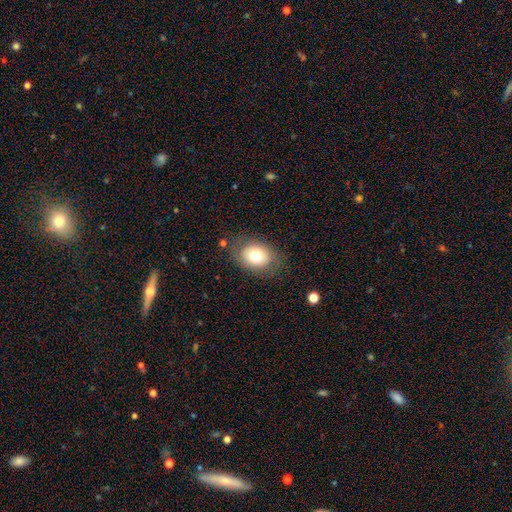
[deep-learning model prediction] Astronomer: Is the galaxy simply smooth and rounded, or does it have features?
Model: smooth — 73%.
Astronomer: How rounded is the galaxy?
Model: in between — 63%.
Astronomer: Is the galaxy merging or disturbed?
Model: none — 78%.